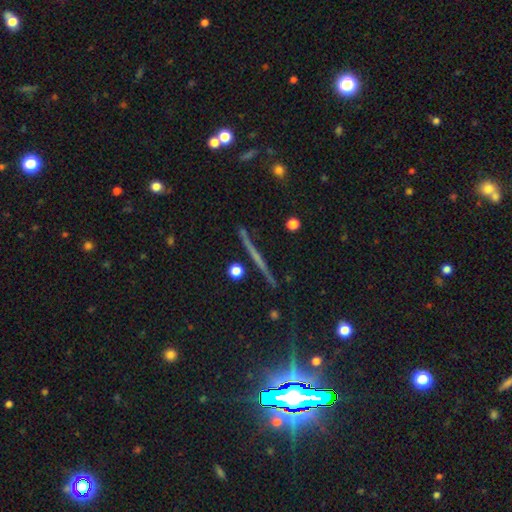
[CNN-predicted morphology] Overall: featured or disk (62%; star or artifact 23%). Edge-on disk: yes (96%). Edge-on bulge: none (47%; rounded 40%). Merging: none (89%).